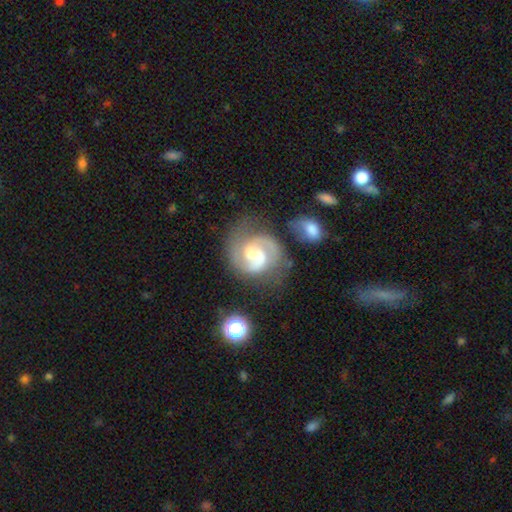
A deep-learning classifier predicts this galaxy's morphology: Smooth or featured: featured or disk — 80% (smooth — 13%)
Edge-on disk: no — 98% (yes — 2%)
Bar: weak — 45% (no — 41%)
Spiral arms: yes — 95% (no — 5%)
Spiral winding: medium — 50% (tight — 31%)
Spiral arm count: 2 — 77% (1 — 12%)
Bulge size: none — 30% (moderate — 25%)
Merging: none — 51% (minor disturbance — 21%)